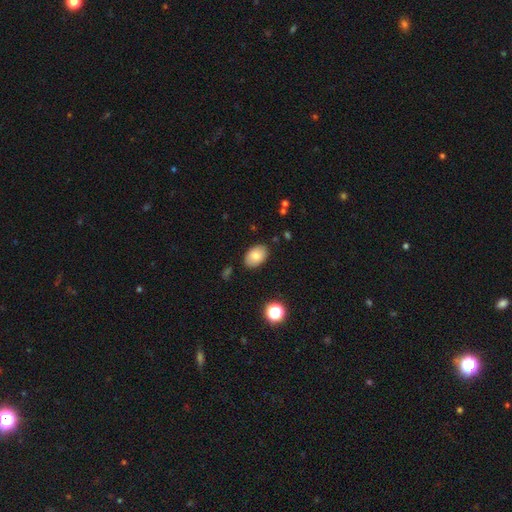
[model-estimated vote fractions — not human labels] smooth-or-featured: smooth: 81% | featured or disk: 11% | star or artifact: 8%
  how-rounded: in between: 87% | round: 12% | cigar-shaped: 1%
  merging: none: 86% | minor disturbance: 10% | major disturbance: 2% | merger: 2%